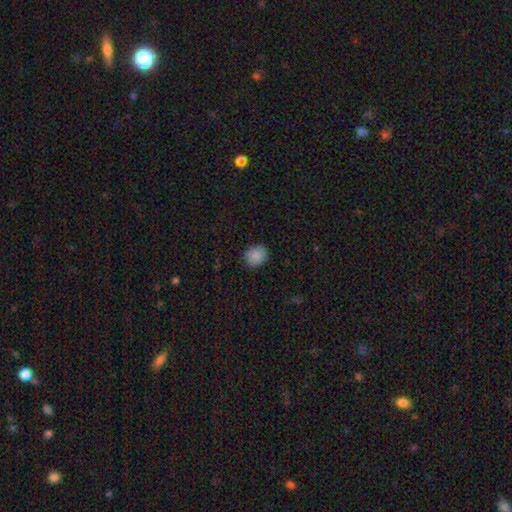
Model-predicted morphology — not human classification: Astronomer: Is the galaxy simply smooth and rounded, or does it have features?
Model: smooth — 87%.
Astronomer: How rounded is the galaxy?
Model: round — 70%.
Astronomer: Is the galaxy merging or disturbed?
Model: none — 86%.